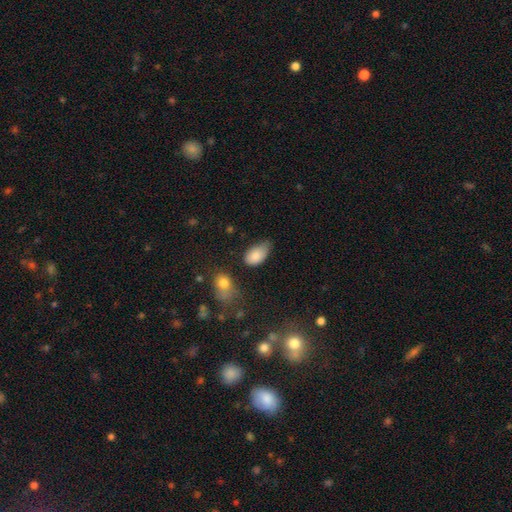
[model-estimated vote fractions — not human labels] Morphology: type=smooth (83%); roundness=in between (91%); merging=minor disturbance (47%).